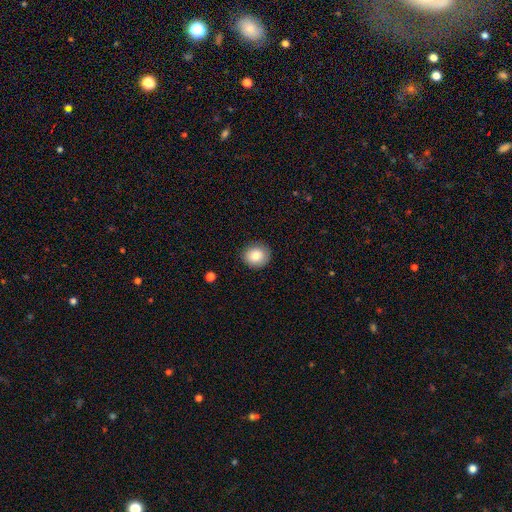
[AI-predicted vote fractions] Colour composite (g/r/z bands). It shows a smooth galaxy with no disk features (84%) that is round (83%). Merging: none (88%).